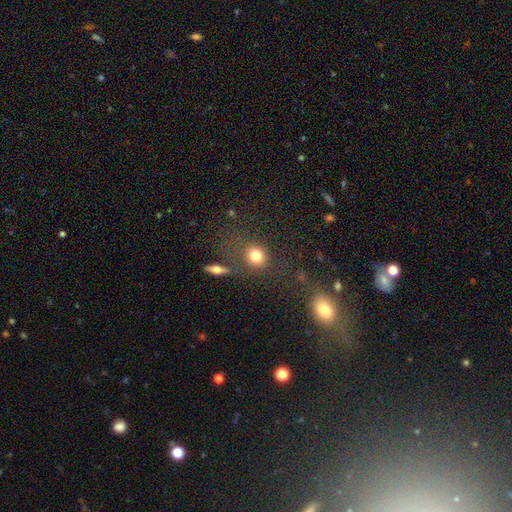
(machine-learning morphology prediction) A smooth galaxy with no disk features (80%) that is round (66%). Merging: none (73%).